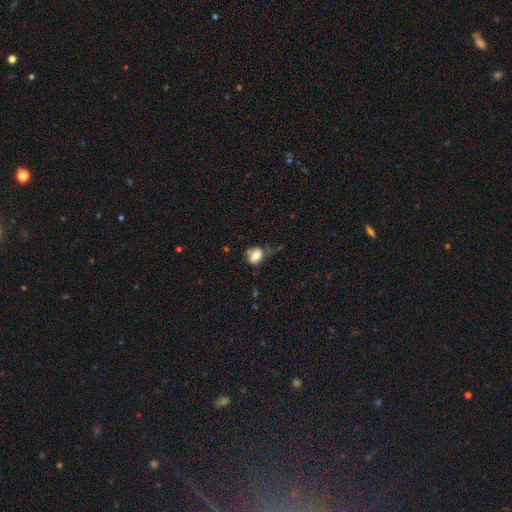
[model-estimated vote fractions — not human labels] Q: Smooth or featured?
A: smooth (75%); runner-up: featured or disk (15%)
Q: How rounded?
A: in between (76%); runner-up: round (22%)
Q: Merging?
A: none (41%); runner-up: minor disturbance (32%)